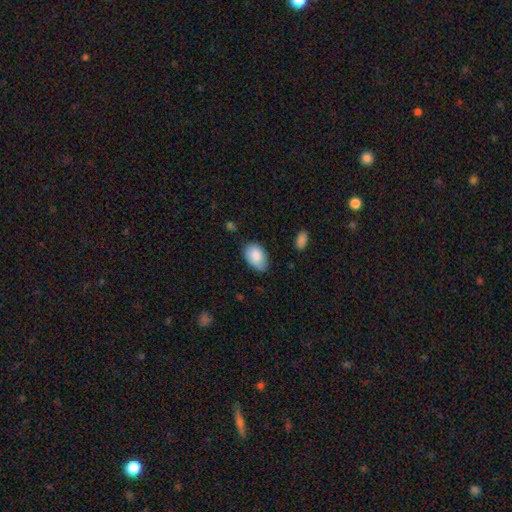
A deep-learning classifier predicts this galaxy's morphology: Overall: smooth (87%). How rounded: in between (92%). Merging: none (70%).